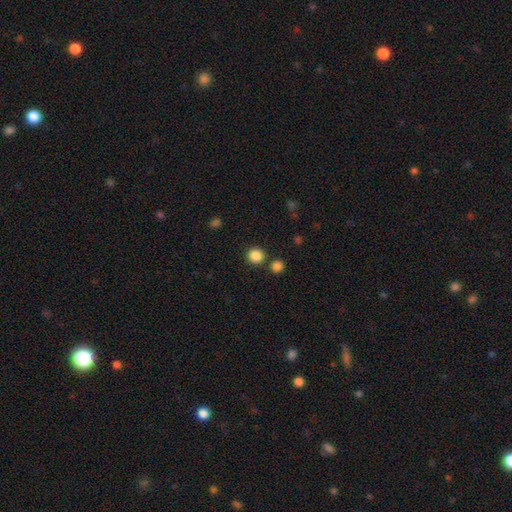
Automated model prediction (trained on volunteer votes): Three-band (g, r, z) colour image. It shows a smooth galaxy with no disk features (86%) that is round (92%). Merging: none (84%).